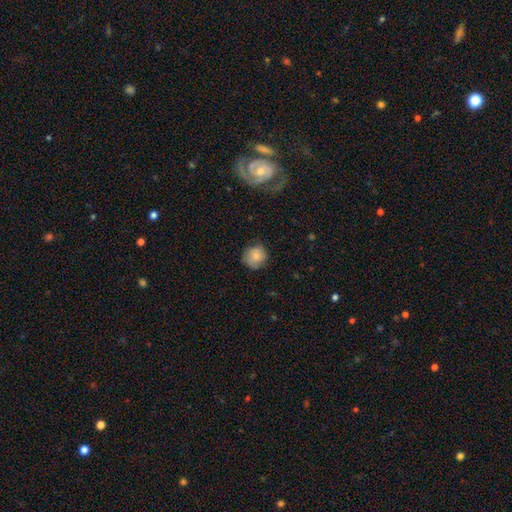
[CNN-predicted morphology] The model was most divided on "merging": none: 73%, minor disturbance: 21%, major disturbance: 5%, merger: 1%. More confident: how rounded — round (88%); smooth or featured — smooth (78%).